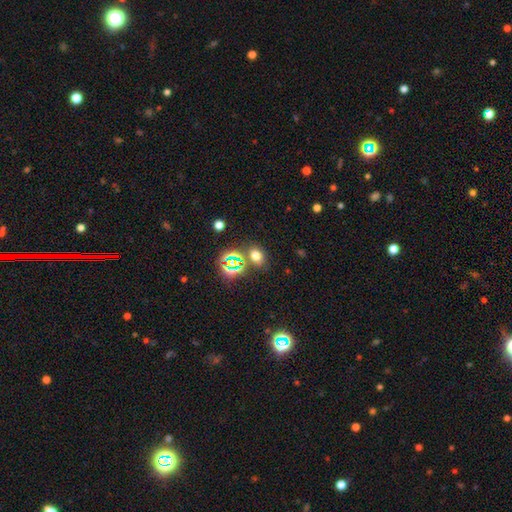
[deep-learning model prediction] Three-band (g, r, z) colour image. It shows a smooth galaxy with no disk features (61%) that is in between round and cigar-shaped (53%). Merging: none (73%).